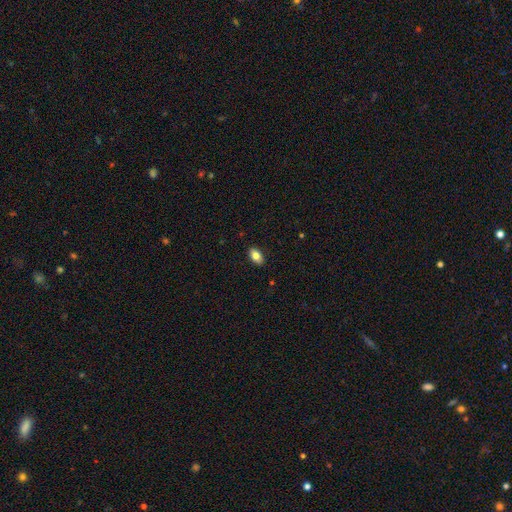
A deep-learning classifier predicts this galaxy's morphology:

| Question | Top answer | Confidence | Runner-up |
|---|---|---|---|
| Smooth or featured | smooth | 81% | featured or disk (11%) |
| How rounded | in between | 91% | round (6%) |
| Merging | none | 89% | minor disturbance (8%) |